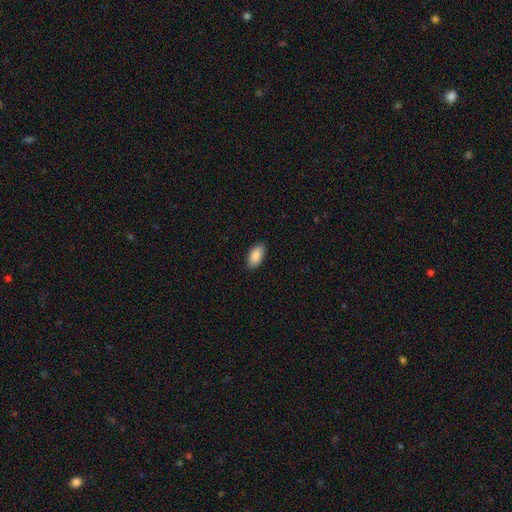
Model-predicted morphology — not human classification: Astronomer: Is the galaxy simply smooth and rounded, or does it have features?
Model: smooth — 89%.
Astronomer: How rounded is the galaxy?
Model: in between — 93%.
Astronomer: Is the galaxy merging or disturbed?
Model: none — 88%.